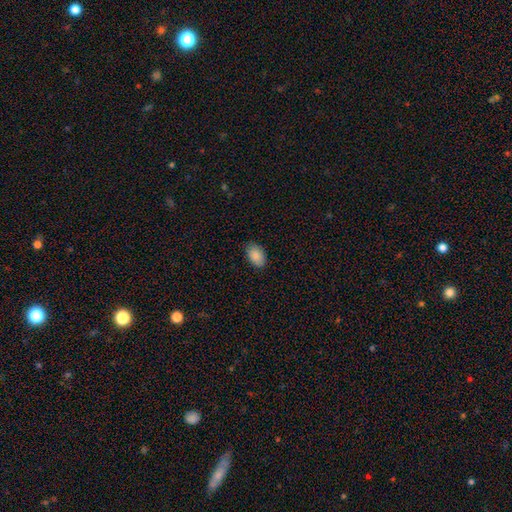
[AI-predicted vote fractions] smooth-or-featured: smooth: 88% | star or artifact: 7% | featured or disk: 5%
  how-rounded: in between: 92% | round: 7% | cigar-shaped: 1%
  merging: none: 84% | minor disturbance: 13% | major disturbance: 2% | merger: 1%